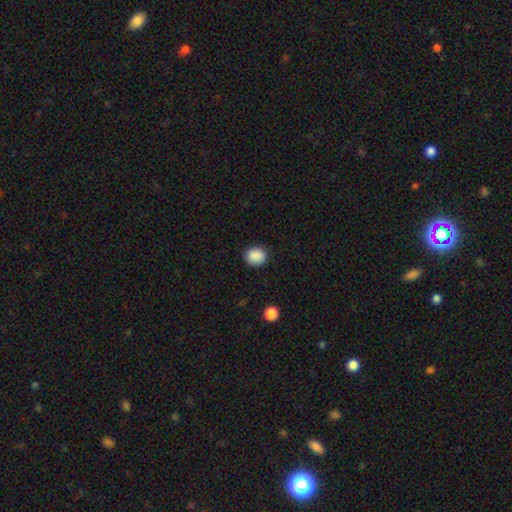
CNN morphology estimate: type=smooth (89%); roundness=round (83%); merging=none (90%).